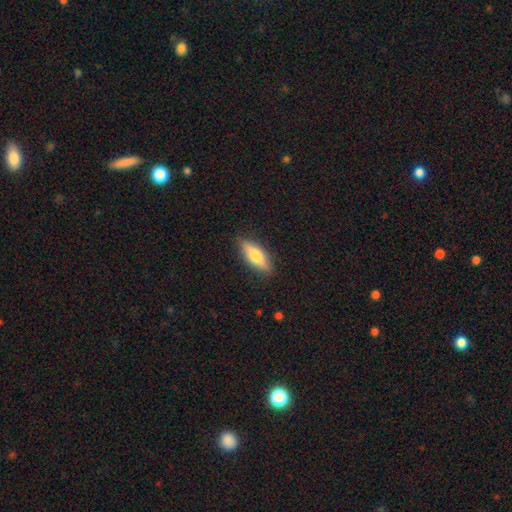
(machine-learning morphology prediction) Overall: smooth (62%; featured or disk 32%). How rounded: in between (59%; cigar-shaped 38%). Merging: none (86%).